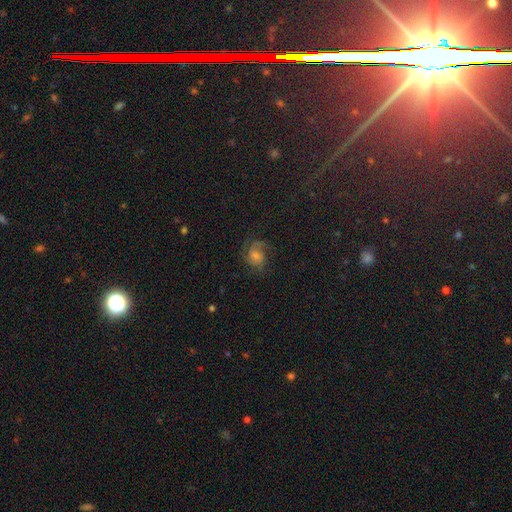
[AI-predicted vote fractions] Smooth or featured: featured or disk — 60% (smooth — 21%)
Edge-on disk: no — 97% (yes — 3%)
Bar: no — 59% (weak — 34%)
Spiral arms: yes — 93% (no — 7%)
Spiral winding: medium — 49% (tight — 28%)
Spiral arm count: 2 — 51% (can't tell — 17%)
Bulge size: moderate — 40% (tied with small — 40%)
Merging: none — 65% (minor disturbance — 18%)